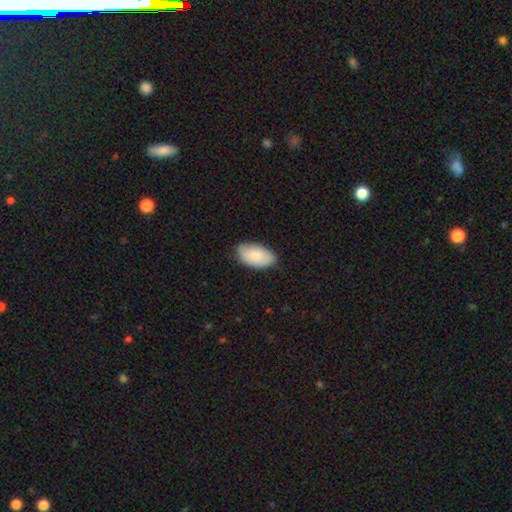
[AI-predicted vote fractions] A smooth galaxy with no disk features (82%) that is in between round and cigar-shaped (95%).

Vote fractions:
- Smooth or featured? smooth: 82% / featured or disk: 12% / star or artifact: 6%
- How rounded? in between: 95% / round: 3% / cigar-shaped: 2%
- Merging? none: 78% / minor disturbance: 18% / major disturbance: 3% / merger: 1%